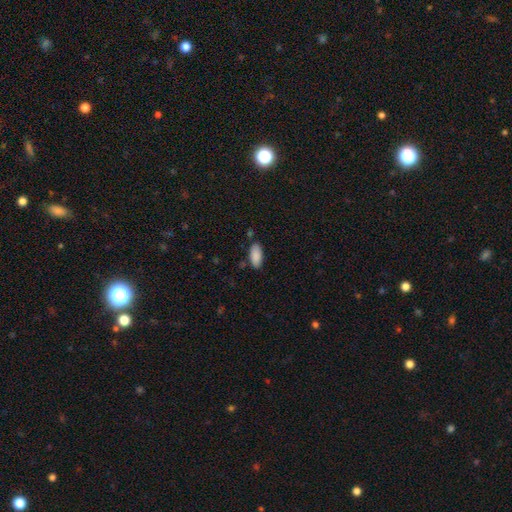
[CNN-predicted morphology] Smooth or featured? smooth (89%)
How rounded? in between (89%)
Merging? none (80%)